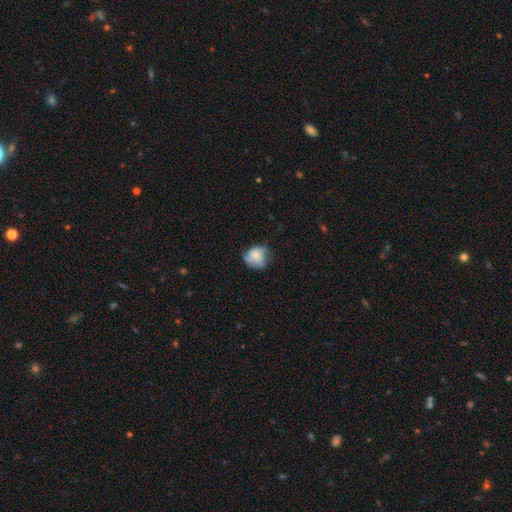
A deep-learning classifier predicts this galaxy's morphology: A smooth galaxy with no disk features (71%) that is round (69%). Merging: none (50%).